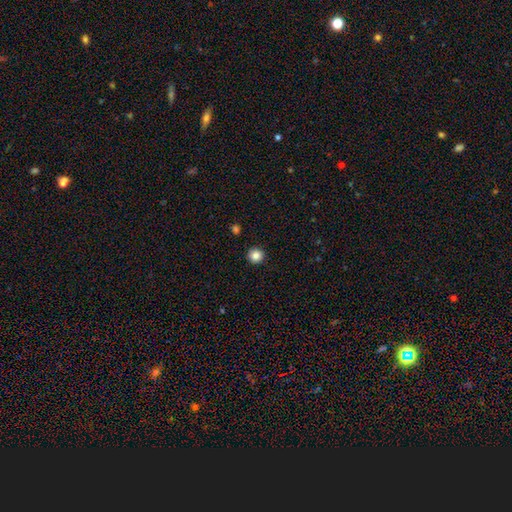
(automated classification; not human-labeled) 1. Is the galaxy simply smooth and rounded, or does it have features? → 86% smooth, 10% star or artifact, 4% featured or disk.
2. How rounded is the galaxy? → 95% round, 4% in between, 1% cigar-shaped.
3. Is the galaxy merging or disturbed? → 93% none, 5% minor disturbance, 2% major disturbance, 1% merger.